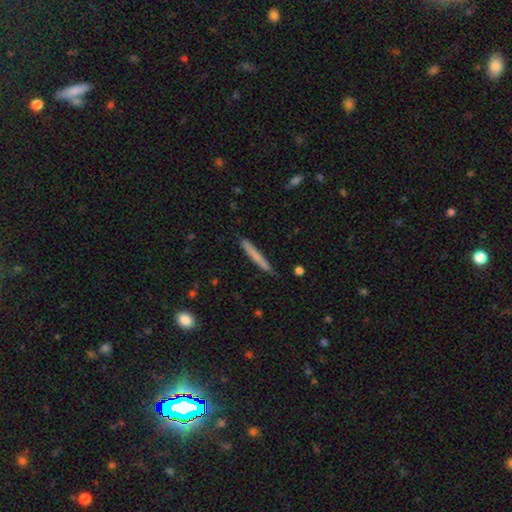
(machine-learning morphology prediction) Smooth or featured? Predicted: smooth (p=0.70). How rounded? Predicted: cigar-shaped (p=0.96). Merging? Predicted: none (p=0.85).